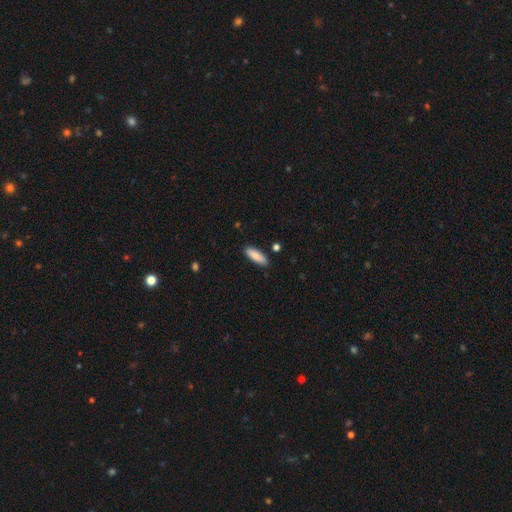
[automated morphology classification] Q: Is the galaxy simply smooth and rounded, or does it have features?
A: smooth — 86%.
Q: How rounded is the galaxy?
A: in between — 49%, tied with cigar-shaped.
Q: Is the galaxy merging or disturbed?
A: none — 87%.